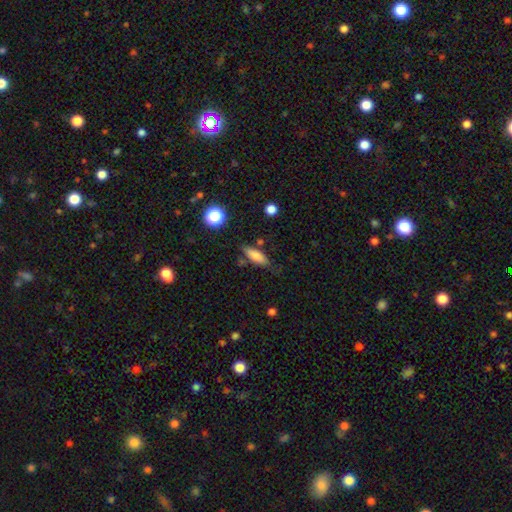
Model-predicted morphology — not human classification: A smooth galaxy with no disk features (79%) that is in between round and cigar-shaped (59%). Merging: none (71%).